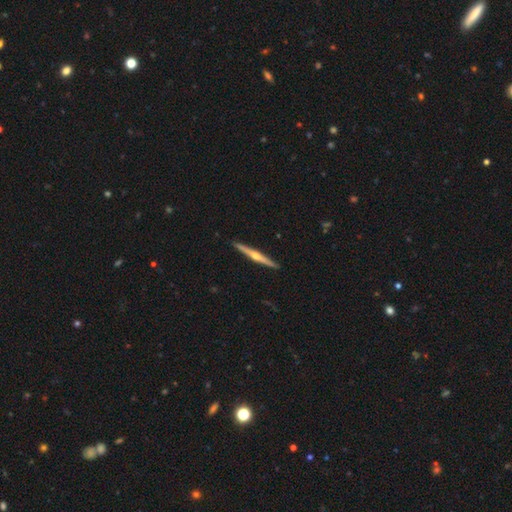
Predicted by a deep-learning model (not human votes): Smooth or featured? featured or disk (78%)
Edge-on disk? yes (98%)
Edge-on bulge? rounded (90%)
Merging? none (92%)